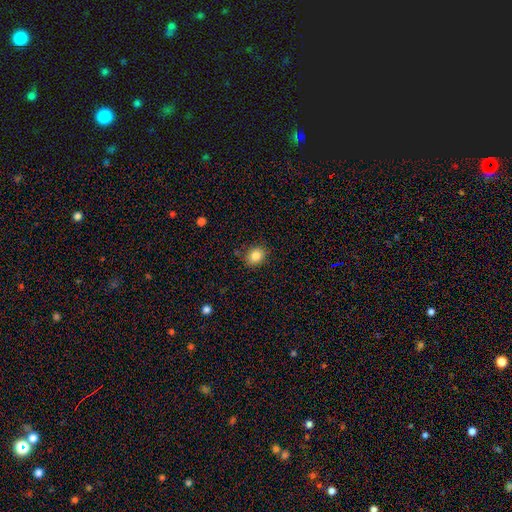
Smooth or featured?
  - smooth: 87% *
  - star or artifact: 10%
  - featured or disk: 3%
How rounded?
  - round: 79% *
  - in between: 21%
  - cigar-shaped: 0%
Merging?
  - none: 77% *
  - minor disturbance: 14%
  - major disturbance: 9%
  - merger: 0%